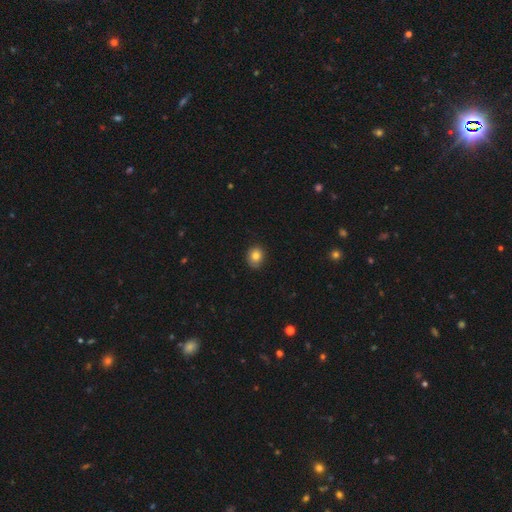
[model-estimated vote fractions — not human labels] Morphology: type=smooth (82%); roundness=round (68%); merging=none (85%).